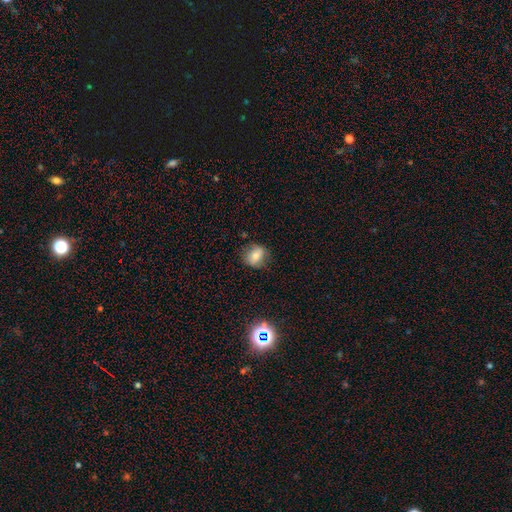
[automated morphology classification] smooth-or-featured: smooth: 72% | featured or disk: 16% | star or artifact: 12%
  how-rounded: round: 60% | in between: 38% | cigar-shaped: 2%
  merging: none: 76% | minor disturbance: 17% | major disturbance: 5% | merger: 2%